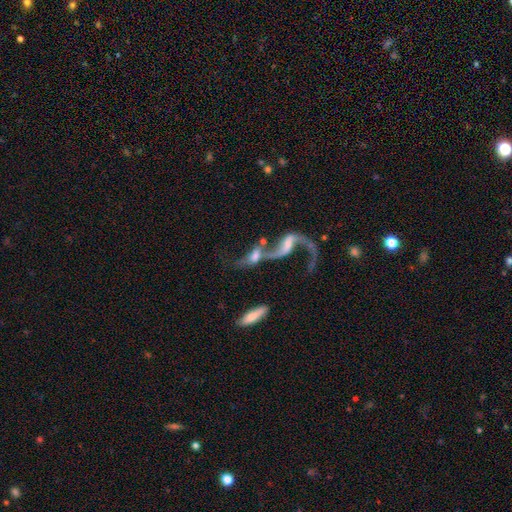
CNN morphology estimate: A featured or disk galaxy (74%) with no bar (48%), 2 (75%) loose (90%) spiral arms (80%) and a small central bulge (45%). Merging: merger (53%).